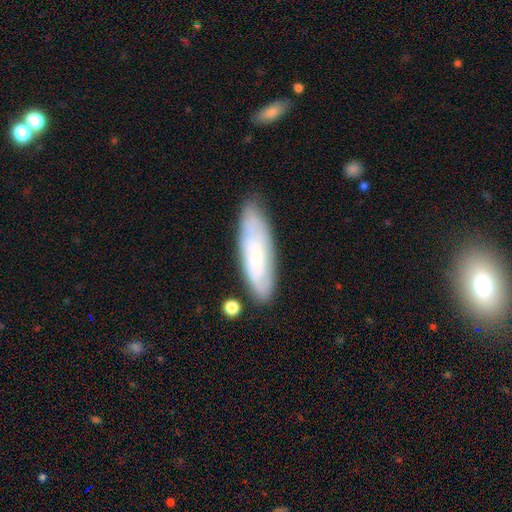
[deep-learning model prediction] A smooth galaxy with no disk features (48%).

Vote fractions:
- Smooth or featured? smooth: 48% / featured or disk: 45% / star or artifact: 7%
- Merging? none: 79% / minor disturbance: 15% / major disturbance: 3% / merger: 3%